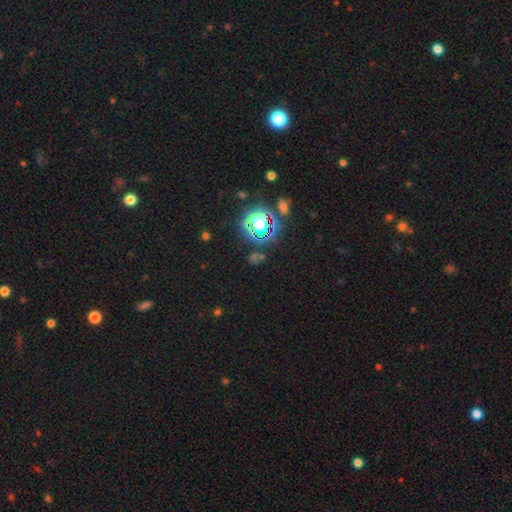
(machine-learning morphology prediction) This is likely a star or artifact rather than a galaxy (74%).